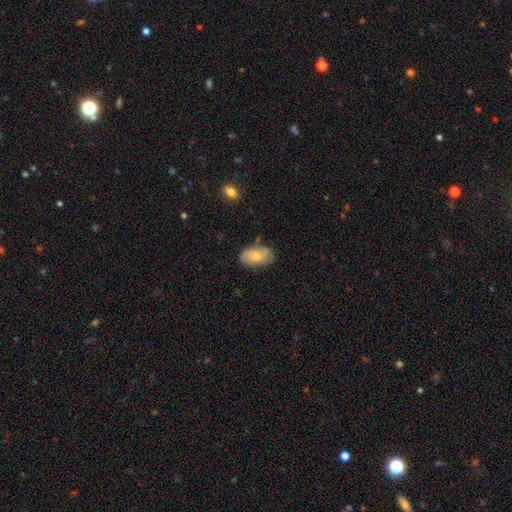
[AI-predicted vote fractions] The model was most divided on "smooth or featured": smooth: 59%, featured or disk: 34%, star or artifact: 7%. More confident: how rounded — in between (92%); merging — none (67%).